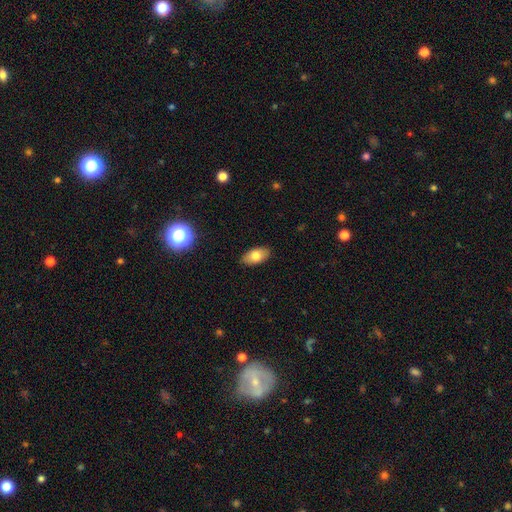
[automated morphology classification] Smooth or featured: smooth — 78% (featured or disk — 14%)
How rounded: in between — 93% (round — 4%)
Merging: none — 87% (minor disturbance — 10%)